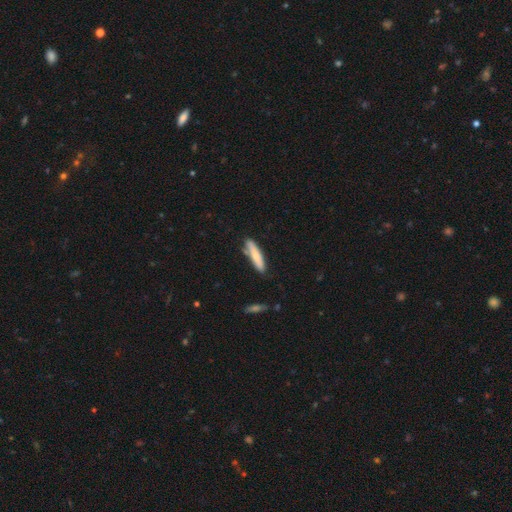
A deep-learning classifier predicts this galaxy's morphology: This appears to be a smooth galaxy with no disk features (74%) that is cigar-shaped (81%). Merging: none (78%).